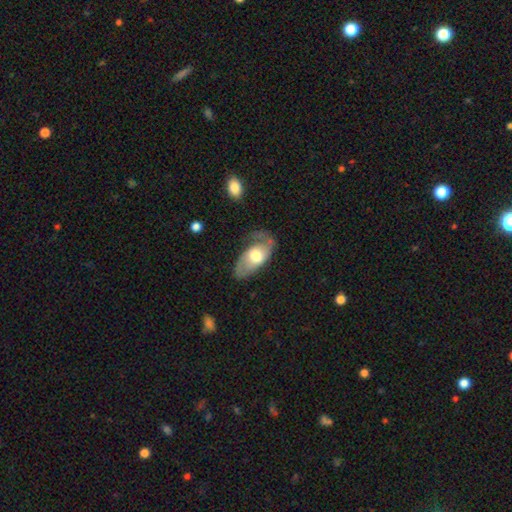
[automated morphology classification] Smooth or featured? Predicted: featured or disk (p=0.55). Edge-on disk? Predicted: no (p=0.90). Merging? Predicted: none (p=0.50).